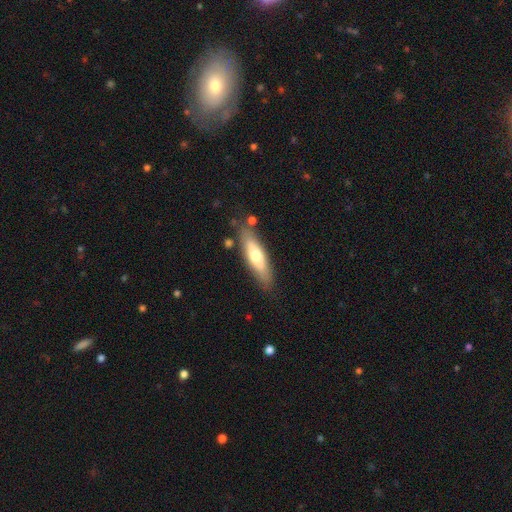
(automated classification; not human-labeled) Smooth or featured? smooth (56%)
How rounded? cigar-shaped (63%)
Merging? none (80%)